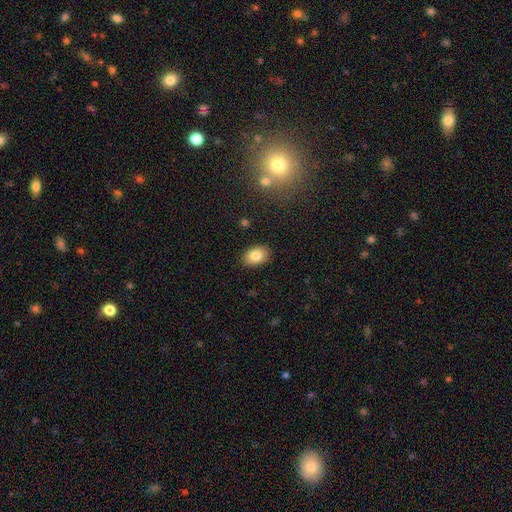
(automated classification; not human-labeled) Overall: smooth (82%). How rounded: in between (84%). Merging: none (88%).